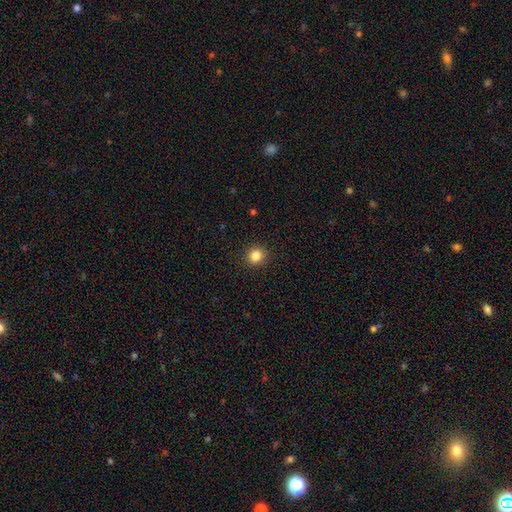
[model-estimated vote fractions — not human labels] smooth_or_featured: smooth (p=0.84) [alt: star or artifact p=0.11]
how_rounded: round (p=0.89) [alt: in between p=0.10]
merging: none (p=0.92) [alt: minor disturbance p=0.05]